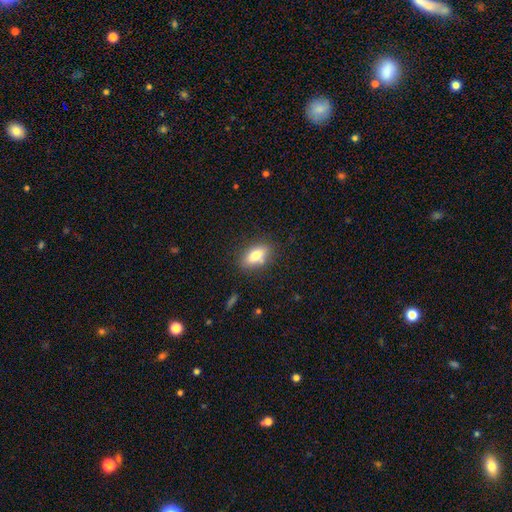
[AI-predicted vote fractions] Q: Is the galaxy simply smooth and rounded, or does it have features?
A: smooth — 79%.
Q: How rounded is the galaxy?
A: in between — 85%.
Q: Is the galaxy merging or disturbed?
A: none — 79%.